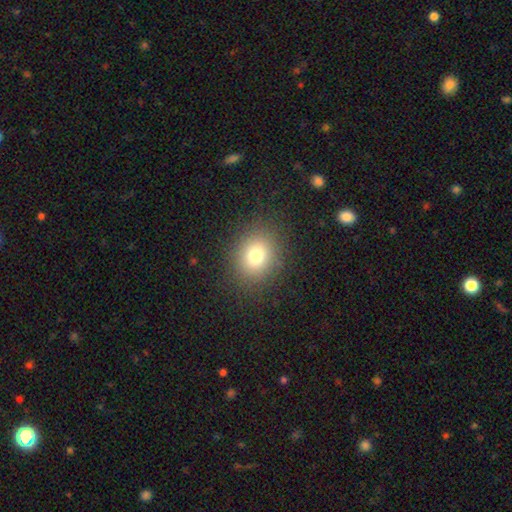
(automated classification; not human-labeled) This appears to be a smooth galaxy with no disk features (77%) that is round (65%). Merging: none (87%).